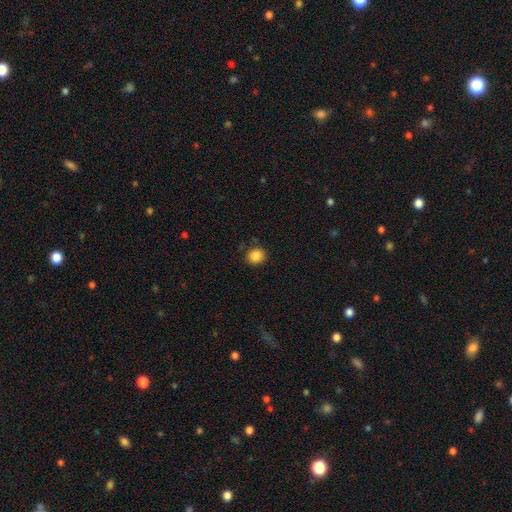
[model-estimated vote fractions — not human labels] This appears to be a smooth galaxy with no disk features (87%) that is round (79%). Merging: none (87%).